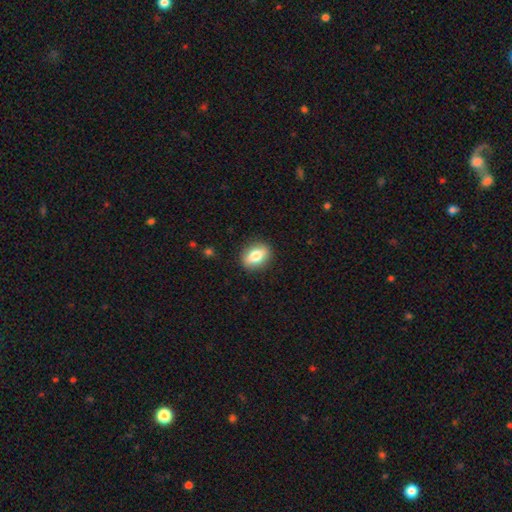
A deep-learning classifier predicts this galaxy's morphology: smooth 75%, featured or disk 18%, star or artifact 8%. Down the decision tree: how rounded — in between (68%); merging — none (88%).